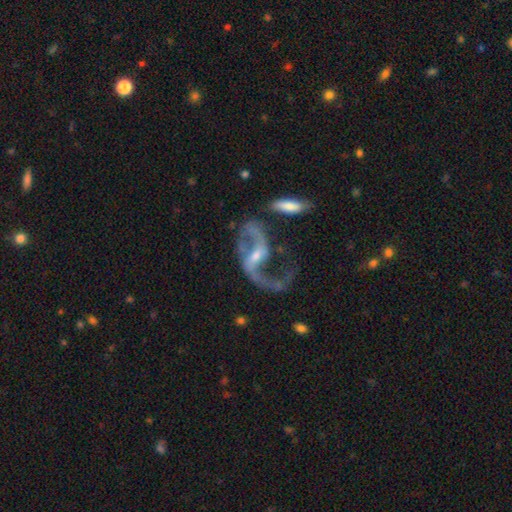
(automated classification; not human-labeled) Smooth or featured? Predicted: featured or disk (p=0.87). Edge-on disk? Predicted: no (p=0.95). Bar? Predicted: weak (p=0.40). Spiral arms? Predicted: yes (p=0.91). Spiral winding? Predicted: loose (p=0.77). Spiral arm count? Predicted: 2 (p=0.81). Bulge size? Predicted: small (p=0.55). Merging? Predicted: none (p=0.38).